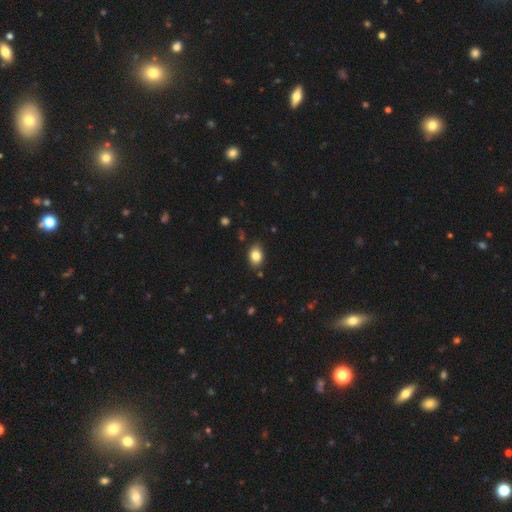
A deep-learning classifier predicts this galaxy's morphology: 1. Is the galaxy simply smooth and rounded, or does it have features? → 84% smooth, 9% star or artifact, 7% featured or disk.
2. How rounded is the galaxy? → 72% in between, 26% round, 1% cigar-shaped.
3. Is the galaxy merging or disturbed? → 83% none, 12% minor disturbance, 3% major disturbance, 2% merger.